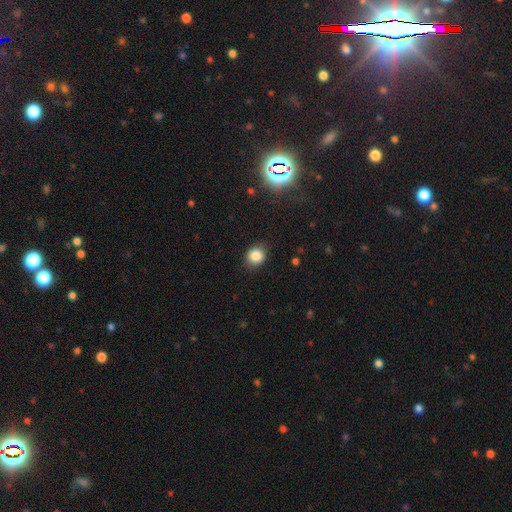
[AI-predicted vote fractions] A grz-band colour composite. It shows a smooth galaxy with no disk features (85%) that is round (74%). Merging: none (82%).